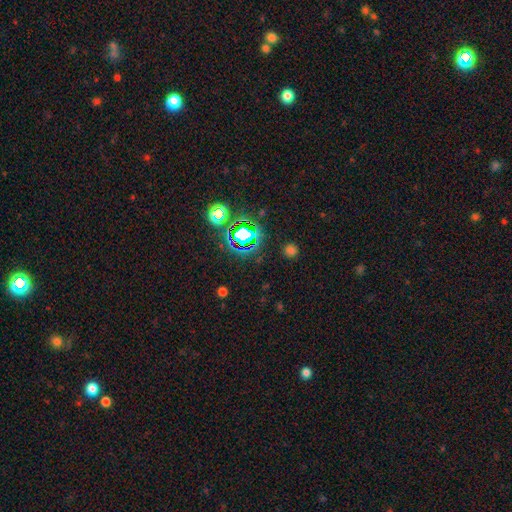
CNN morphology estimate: The model was most divided on "smooth or featured": star or artifact: 77%, smooth: 15%, featured or disk: 8%.